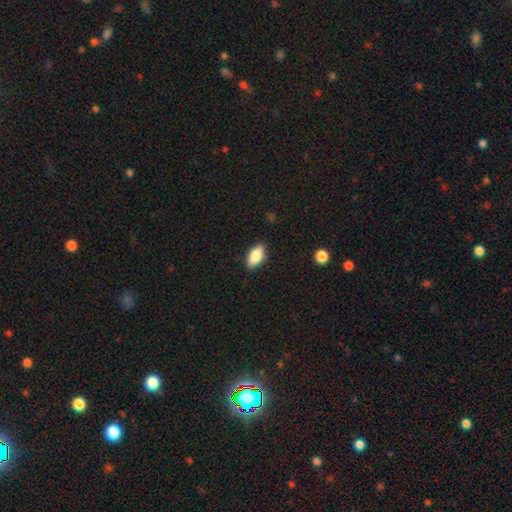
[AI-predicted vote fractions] A smooth galaxy with no disk features (78%) that is in between round and cigar-shaped (88%). Merging: none (86%).